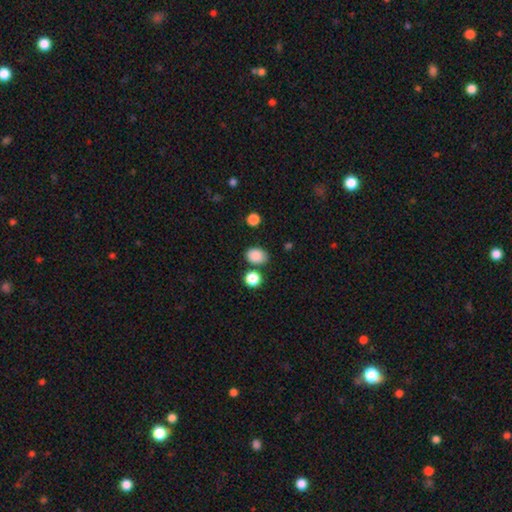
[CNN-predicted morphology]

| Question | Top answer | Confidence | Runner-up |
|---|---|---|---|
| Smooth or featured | smooth | 86% | star or artifact (10%) |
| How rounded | in between | 69% | round (30%) |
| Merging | none | 75% | minor disturbance (13%) |